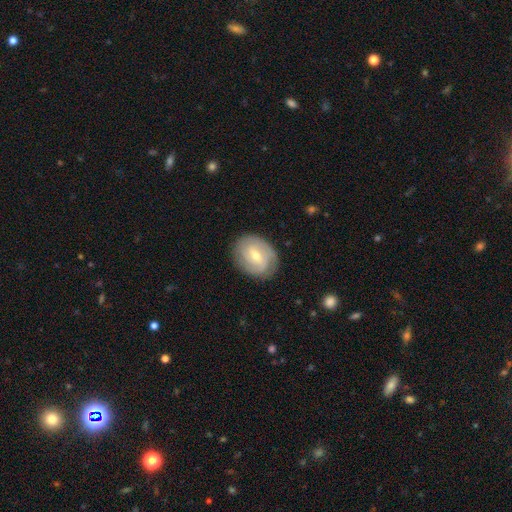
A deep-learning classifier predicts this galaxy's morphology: The model was most divided on "bulge size": small: 51%, moderate: 46%, large: 1%, none: 1%, dominant: 1%. Remaining: edge-on disk — no (96%); spiral arms — yes (86%); merging — none (82%); smooth or featured — featured or disk (71%); spiral winding — tight (60%); bar — weak (52%); spiral arm count — 2 (48%).